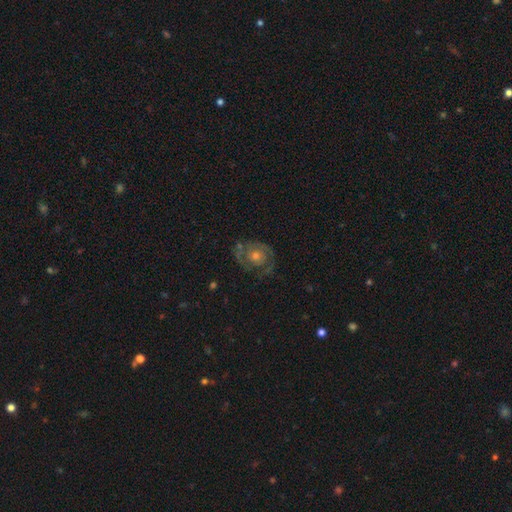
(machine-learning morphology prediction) A featured or disk galaxy (74%) with no bar (83%), 2 (47%) tight (58%) spiral arms (76%) and a moderate central bulge (60%).

Vote fractions:
- Smooth or featured? featured or disk: 74% / smooth: 17% / star or artifact: 8%
- Edge-on disk? no: 97% / yes: 3%
- Bar? no: 83% / weak: 14% / strong: 3%
- Spiral arms? yes: 76% / no: 24%
- Spiral winding? tight: 58% / medium: 31% / loose: 11%
- Spiral arm count? 2: 47% / can't tell: 28% / 1: 13% / 3: 7% / 4: 3% / more than 4: 3%
- Bulge size? moderate: 60% / small: 30% / large: 7% / none: 2% / dominant: 1%
- Merging? none: 67% / minor disturbance: 18% / major disturbance: 12% / merger: 3%